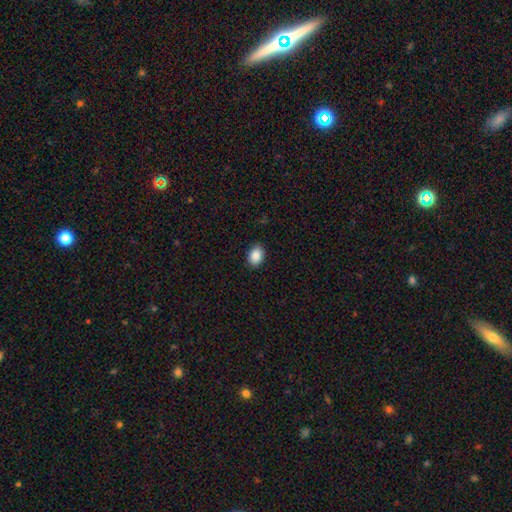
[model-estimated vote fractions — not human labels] This is clearly a smooth galaxy (88%). How rounded: likely in between (77%). Merging: clearly none (90%).